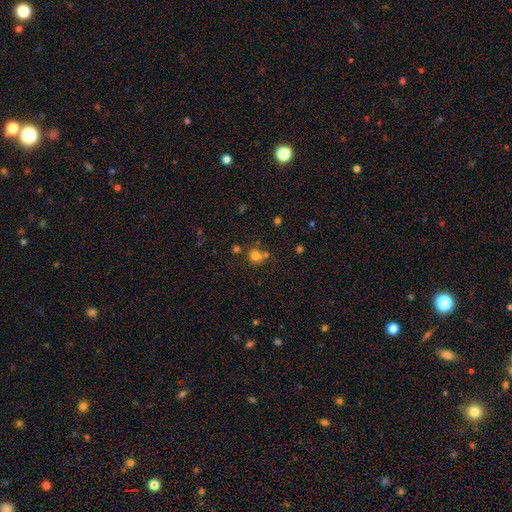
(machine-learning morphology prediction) Smooth or featured? smooth (73%)
How rounded? round (86%)
Merging? none (55%)